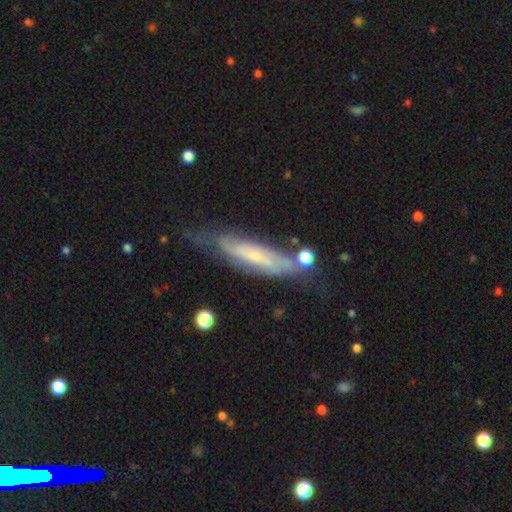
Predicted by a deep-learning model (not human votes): smooth-or-featured: featured or disk: 62% | smooth: 30% | star or artifact: 7%
  disk-edge-on: no: 60% | yes: 40%
  merging: none: 53% | minor disturbance: 28% | major disturbance: 12% | merger: 7%